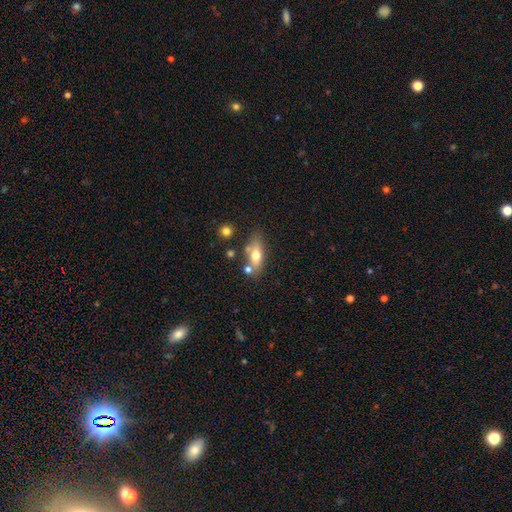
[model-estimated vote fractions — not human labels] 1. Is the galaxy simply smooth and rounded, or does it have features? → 63% smooth, 29% featured or disk, 8% star or artifact.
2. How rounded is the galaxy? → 69% in between, 25% cigar-shaped, 5% round.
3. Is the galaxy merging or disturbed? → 63% none, 17% minor disturbance, 15% merger, 5% major disturbance.